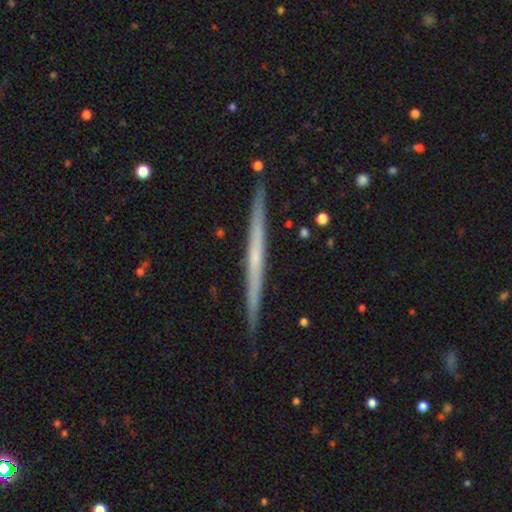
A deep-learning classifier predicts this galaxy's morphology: Overall: featured or disk (67%; smooth 27%). Edge-on disk: yes (98%). Edge-on bulge: none (82%). Merging: none (91%).